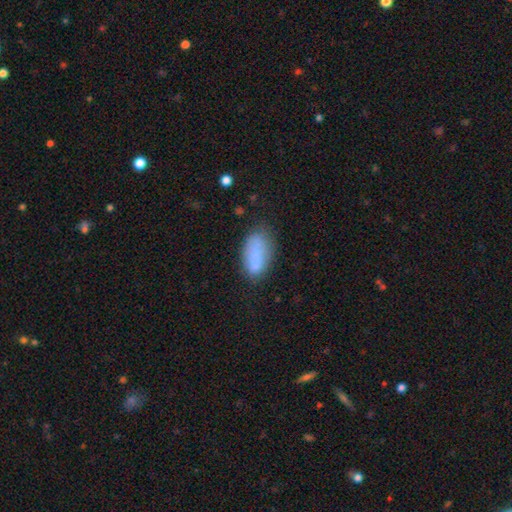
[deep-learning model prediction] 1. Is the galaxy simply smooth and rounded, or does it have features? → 80% smooth, 12% featured or disk, 9% star or artifact.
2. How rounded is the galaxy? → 91% in between, 6% cigar-shaped, 3% round.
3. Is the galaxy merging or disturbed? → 63% none, 24% minor disturbance, 8% major disturbance, 5% merger.